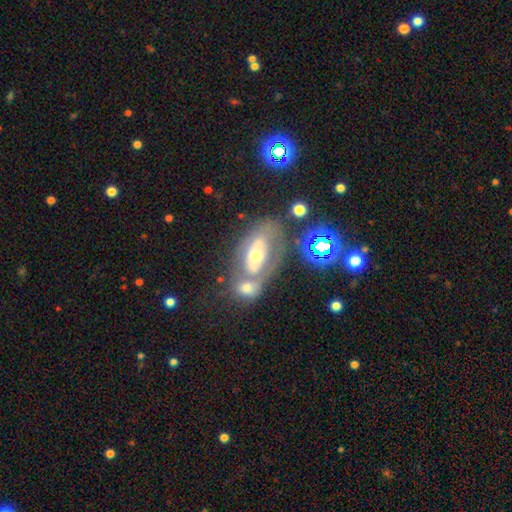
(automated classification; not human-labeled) Overall: featured or disk (61%; smooth 28%). Edge-on disk: no (90%). Bar: no (73%). Spiral arms: no (64%; yes 36%). Bulge size: moderate (64%; small 26%). Merging: none (38%; merger 37%).